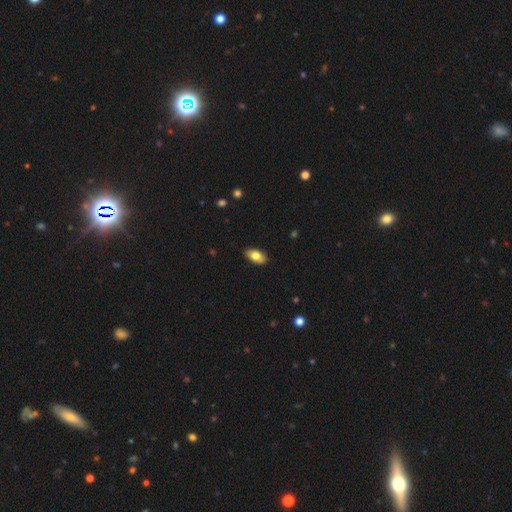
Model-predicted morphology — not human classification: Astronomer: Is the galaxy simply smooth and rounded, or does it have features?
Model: smooth — 77%.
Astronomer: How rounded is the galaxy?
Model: in between — 92%.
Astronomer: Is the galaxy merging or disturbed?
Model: none — 85%.